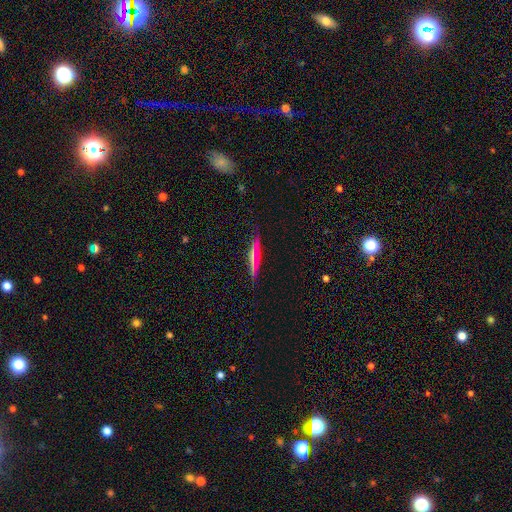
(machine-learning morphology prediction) smooth-or-featured: smooth: 50% | featured or disk: 37% | star or artifact: 13%
  how-rounded: cigar-shaped: 73% | in between: 23% | round: 4%
  merging: none: 81% | minor disturbance: 15% | major disturbance: 3% | merger: 2%